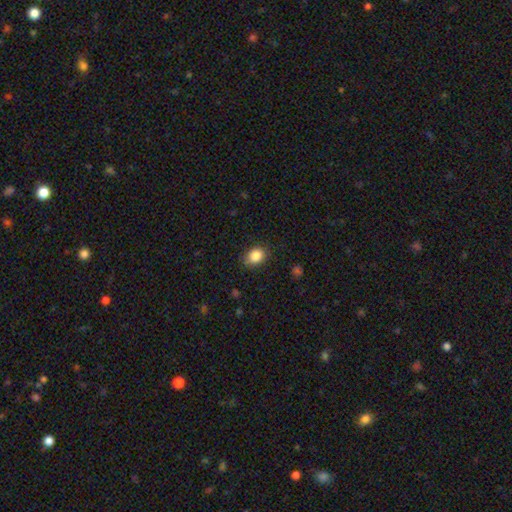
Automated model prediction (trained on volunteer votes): The model was most divided on "how rounded": in between: 59%, round: 40%, cigar-shaped: 1%. More confident: smooth or featured — smooth (86%); merging — none (83%).